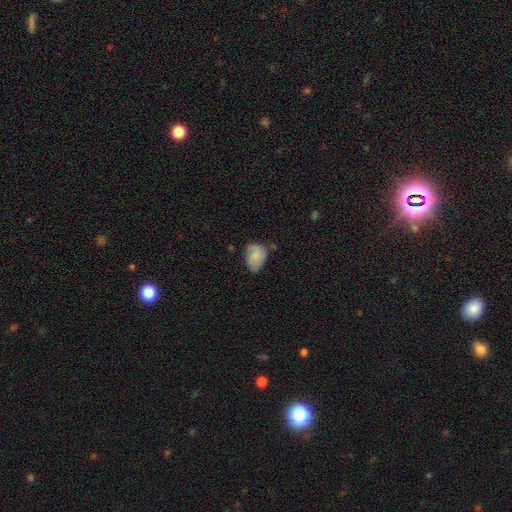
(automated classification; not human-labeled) Smooth or featured? smooth (72%)
How rounded? in between (78%)
Merging? none (45%)